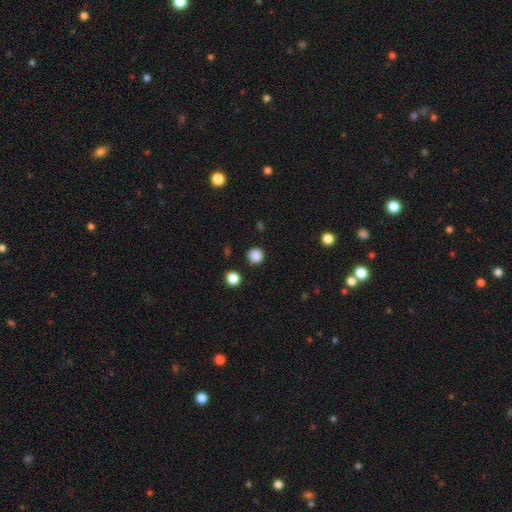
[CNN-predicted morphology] A smooth galaxy with no disk features (86%) that is round (94%). Merging: none (88%).